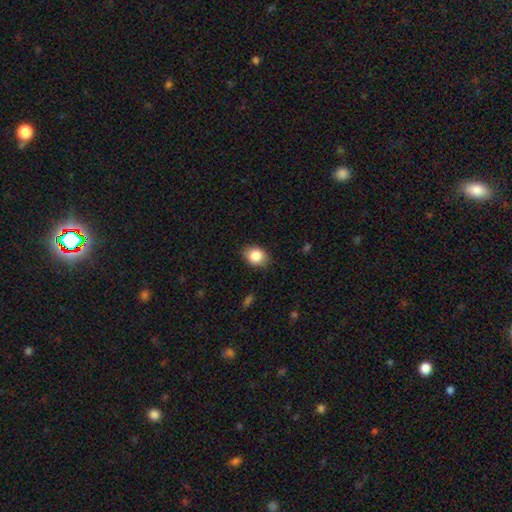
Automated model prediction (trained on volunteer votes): This is clearly a smooth galaxy (85%). How rounded: likely in between (62%). Merging: clearly none (83%).